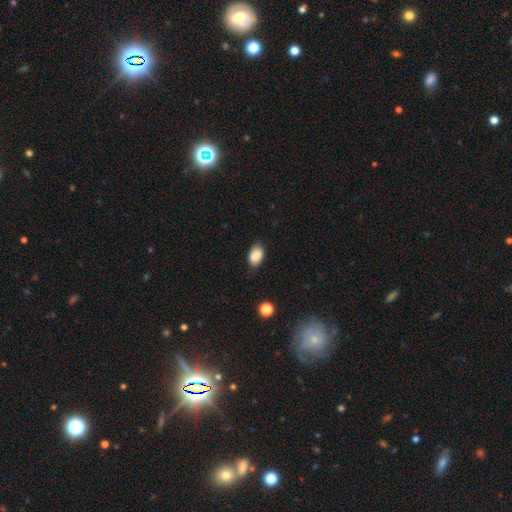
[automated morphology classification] The model was most divided on "merging": none: 78%, minor disturbance: 17%, major disturbance: 3%, merger: 1%. More confident: smooth or featured — smooth (88%); how rounded — in between (87%).